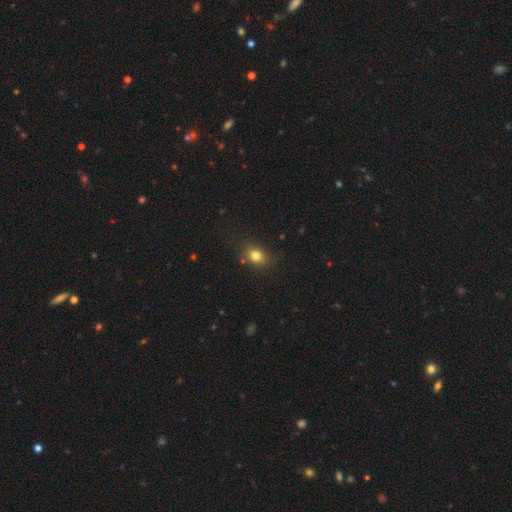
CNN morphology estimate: smooth 80%, star or artifact 12%, featured or disk 8%. Down the decision tree: how rounded — in between (50%); merging — none (80%).